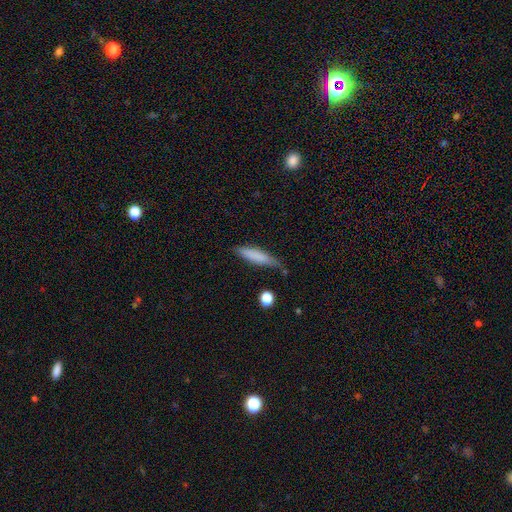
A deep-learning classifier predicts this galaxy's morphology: smooth 78%, featured or disk 15%, star or artifact 7%. Down the decision tree: how rounded — cigar-shaped (81%); merging — none (67%).